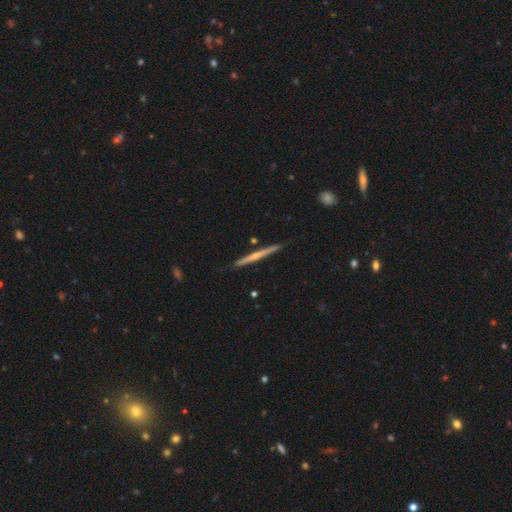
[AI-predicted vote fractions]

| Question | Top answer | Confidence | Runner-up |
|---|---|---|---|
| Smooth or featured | featured or disk | 67% | smooth (27%) |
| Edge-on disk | yes | 98% | no (2%) |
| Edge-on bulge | rounded | 62% | none (34%) |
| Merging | none | 87% | minor disturbance (9%) |